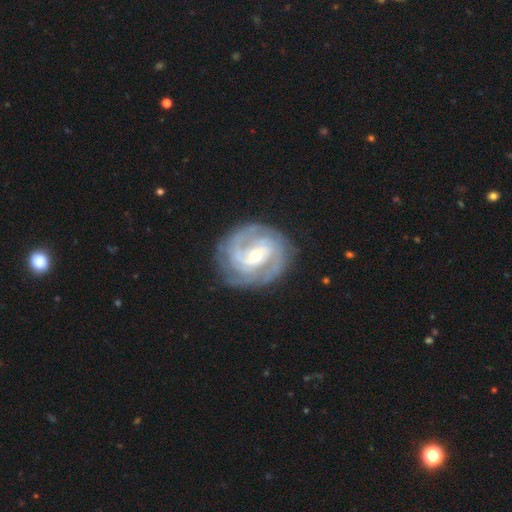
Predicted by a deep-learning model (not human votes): smooth_or_featured: featured or disk (p=0.89) [alt: smooth p=0.06]
disk_edge_on: no (p=0.98) [alt: yes p=0.02]
bar: weak (p=0.46) [alt: strong p=0.31]
has_spiral_arms: yes (p=0.97) [alt: no p=0.03]
spiral_winding: tight (p=0.61) [alt: medium p=0.33]
spiral_arm_count: 2 (p=0.45) [alt: 3 p=0.25]
bulge_size: moderate (p=0.49) [alt: small p=0.47]
merging: none (p=0.80) [alt: minor disturbance p=0.14]